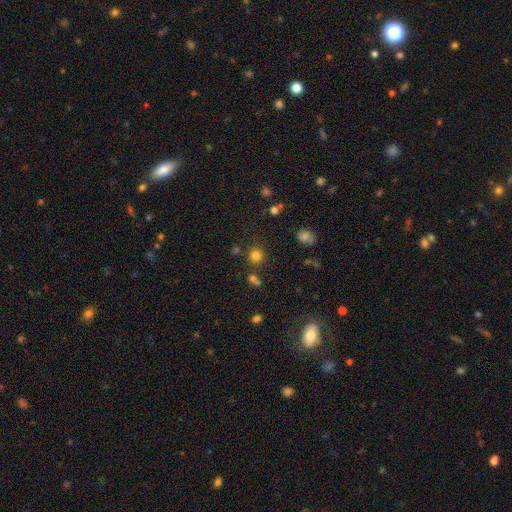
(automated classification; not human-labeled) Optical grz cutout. It shows a smooth galaxy with no disk features (77%) that is round (91%). Merging: none (79%).